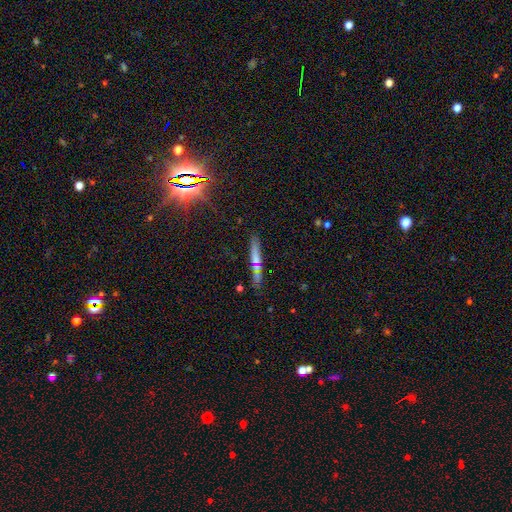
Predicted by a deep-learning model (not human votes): The model was most divided on "smooth or featured": smooth: 42%, featured or disk: 34%, star or artifact: 24%. More confident: merging — none (78%).